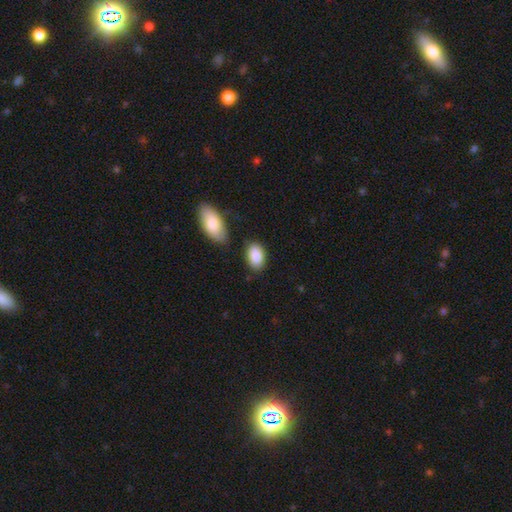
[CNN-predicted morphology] Smooth or featured? smooth (88%)
How rounded? in between (91%)
Merging? none (78%)